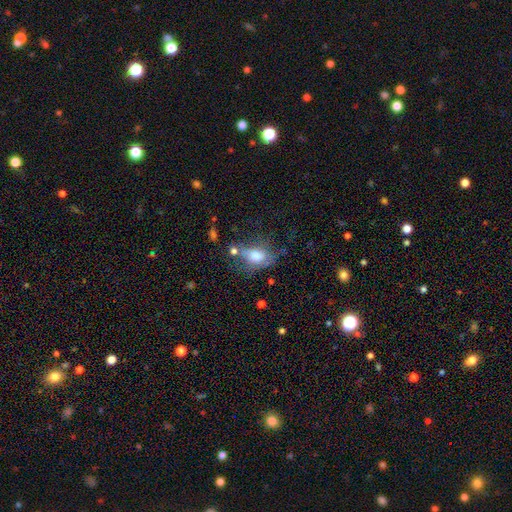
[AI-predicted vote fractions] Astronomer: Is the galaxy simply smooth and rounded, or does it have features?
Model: smooth — 65%.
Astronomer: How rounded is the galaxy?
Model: in between — 83%.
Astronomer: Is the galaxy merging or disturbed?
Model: none — 36% (runner-up: minor disturbance, 25%).